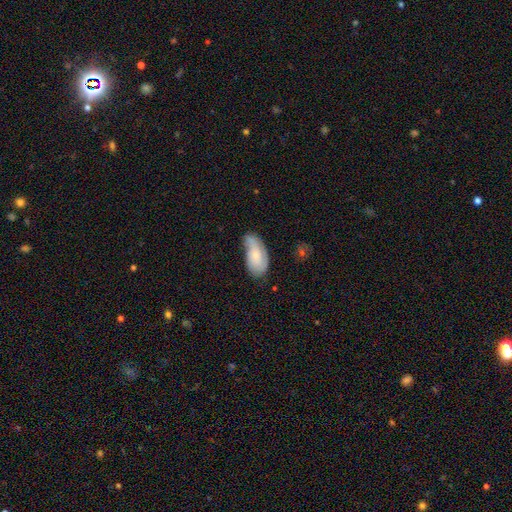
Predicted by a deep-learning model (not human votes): A smooth galaxy with no disk features (56%) that is in between round and cigar-shaped (92%).

Vote fractions:
- Smooth or featured? smooth: 56% / featured or disk: 38% / star or artifact: 7%
- How rounded? in between: 92% / cigar-shaped: 5% / round: 3%
- Merging? none: 41% / minor disturbance: 39% / major disturbance: 15% / merger: 5%